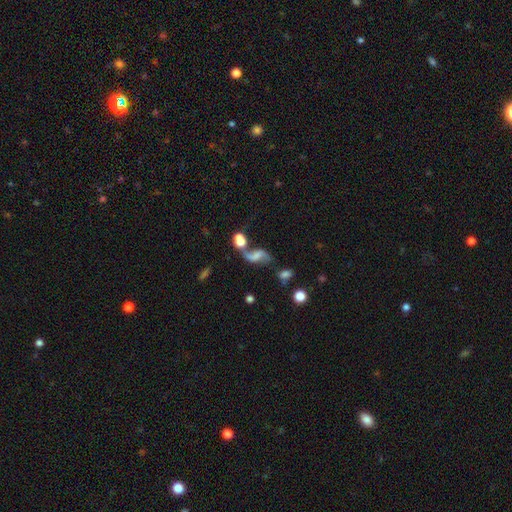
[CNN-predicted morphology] Smooth or featured? Predicted: featured or disk (p=0.68). Edge-on disk? Predicted: no (p=0.95). Bar? Predicted: no (p=0.47). Spiral arms? Predicted: yes (p=0.89). Spiral winding? Predicted: loose (p=0.86). Spiral arm count? Predicted: 2 (p=0.88). Bulge size? Predicted: none (p=0.44). Merging? Predicted: none (p=0.38).